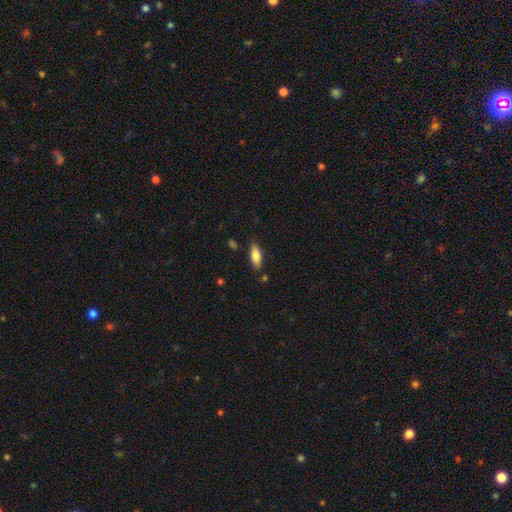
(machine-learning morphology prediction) This appears to be a smooth galaxy with no disk features (81%) that is in between round and cigar-shaped (70%). Merging: none (82%).